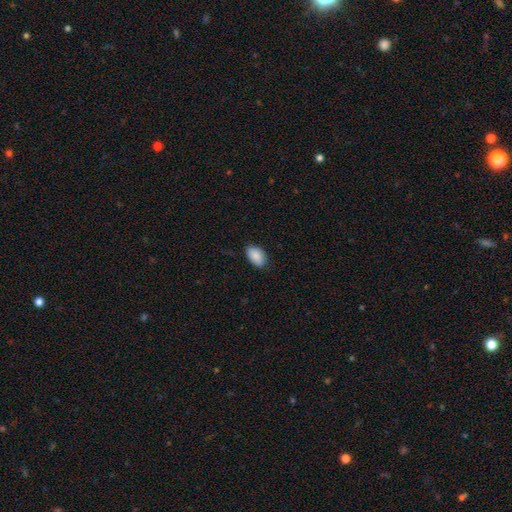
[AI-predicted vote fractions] smooth-or-featured: smooth: 89% | star or artifact: 7% | featured or disk: 5%
  how-rounded: in between: 92% | round: 6% | cigar-shaped: 1%
  merging: none: 84% | minor disturbance: 13% | major disturbance: 2% | merger: 1%